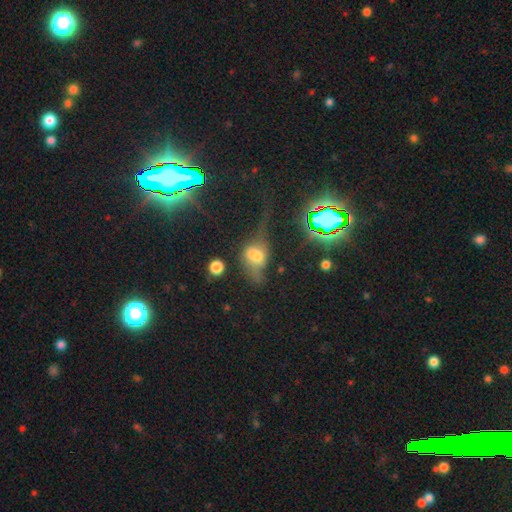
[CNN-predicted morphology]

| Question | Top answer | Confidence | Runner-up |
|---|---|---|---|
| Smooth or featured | smooth | 45% | featured or disk (33%) |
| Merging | major disturbance | 32% | none (29%) |